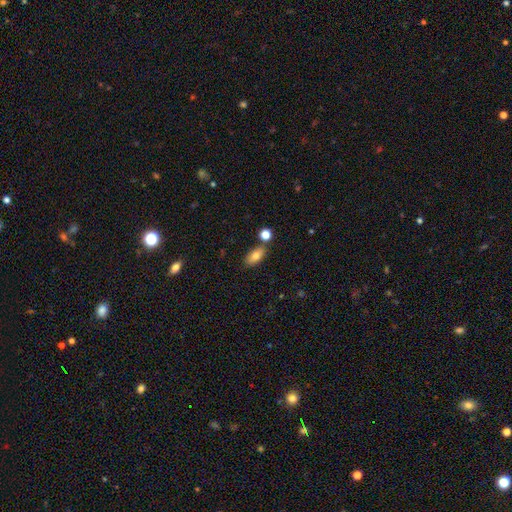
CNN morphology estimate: The model was most divided on "smooth or featured": smooth: 78%, featured or disk: 13%, star or artifact: 8%. More confident: how rounded — in between (85%); merging — none (77%).